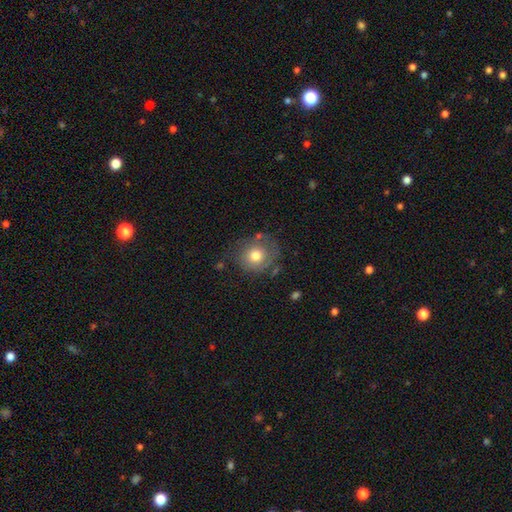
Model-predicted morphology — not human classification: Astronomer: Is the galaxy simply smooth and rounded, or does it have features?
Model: smooth — 72%.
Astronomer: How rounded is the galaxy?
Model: round — 83%.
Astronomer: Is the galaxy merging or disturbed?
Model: none — 66%.